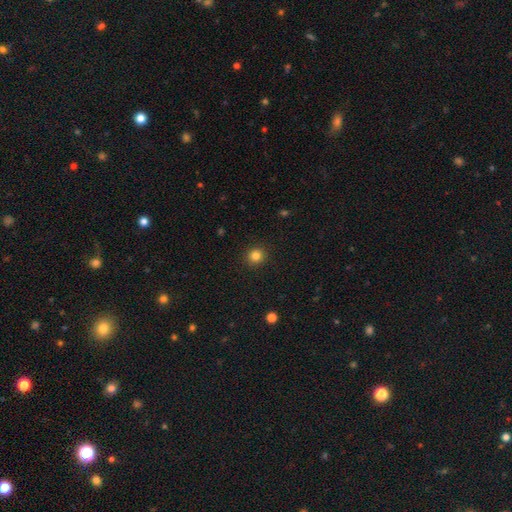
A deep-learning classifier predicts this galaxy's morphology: Smooth or featured: smooth — 83% (star or artifact — 12%)
How rounded: round — 92% (in between — 7%)
Merging: none — 92% (minor disturbance — 5%)